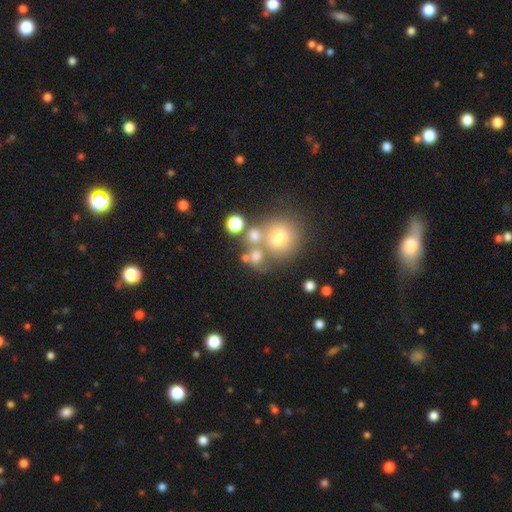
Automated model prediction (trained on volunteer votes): smooth 66%, featured or disk 17%, star or artifact 17%. Down the decision tree: how rounded — round (82%); merging — none (45%).